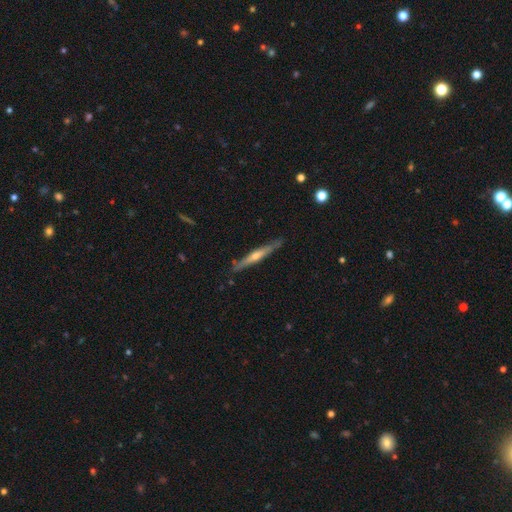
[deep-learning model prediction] Morphology: type=featured or disk (69%); edge-on=yes (95%); edge-on bulge=rounded (74%); merging=none (86%).